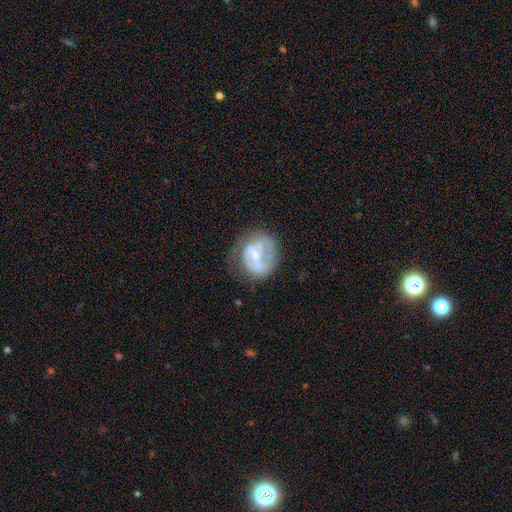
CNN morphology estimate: The model was most divided on "bar": no: 44%, weak: 40%, strong: 16%. More confident: edge-on disk — no (97%); smooth or featured — featured or disk (61%); bulge size — small (56%); spiral arms — yes (54%); merging — none (50%).